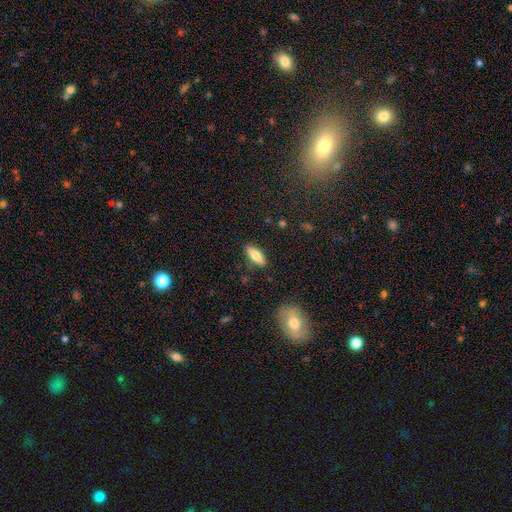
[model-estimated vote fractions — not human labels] This appears to be a smooth galaxy with no disk features (60%) that is cigar-shaped (49%). Merging: none (87%).